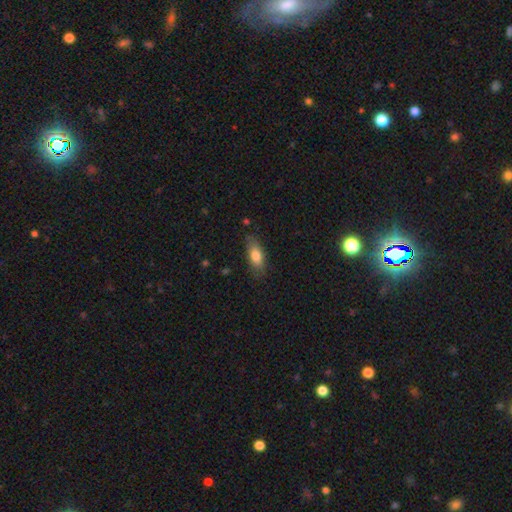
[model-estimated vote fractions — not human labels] Q: Smooth or featured?
A: smooth (76%); runner-up: featured or disk (17%)
Q: How rounded?
A: in between (77%); runner-up: cigar-shaped (20%)
Q: Merging?
A: none (76%); runner-up: minor disturbance (18%)